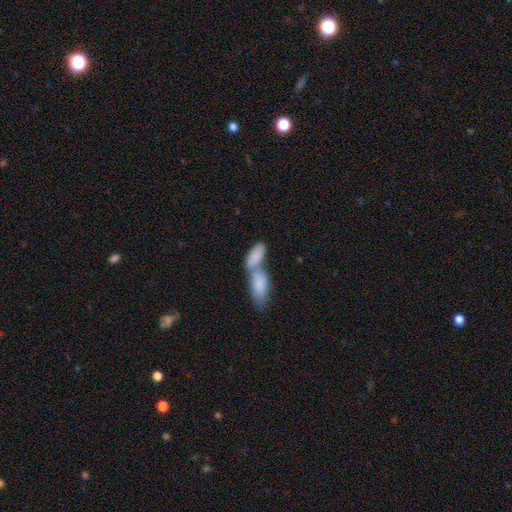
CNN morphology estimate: This appears to be a smooth galaxy with no disk features (81%) that is in between round and cigar-shaped (83%). Merging: merger (69%).